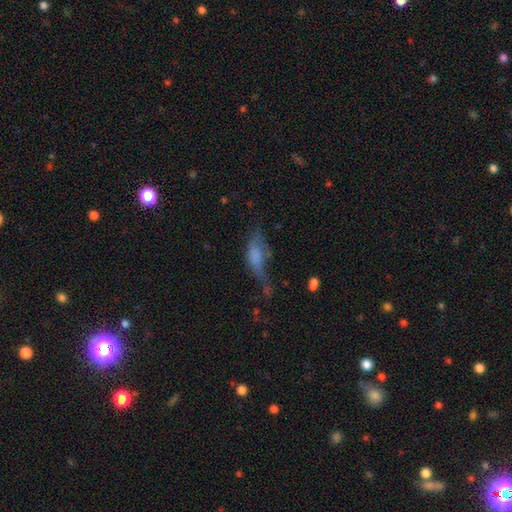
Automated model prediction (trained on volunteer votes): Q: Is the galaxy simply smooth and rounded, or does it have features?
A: smooth — 58%.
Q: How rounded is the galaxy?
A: in between — 70%.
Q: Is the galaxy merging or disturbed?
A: major disturbance — 47%.